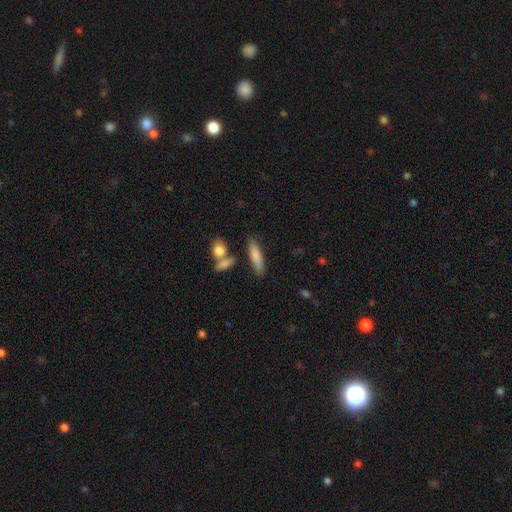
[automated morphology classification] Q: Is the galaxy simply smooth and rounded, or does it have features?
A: smooth — 79%.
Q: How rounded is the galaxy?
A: cigar-shaped — 64%.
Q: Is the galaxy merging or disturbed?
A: none — 71%.